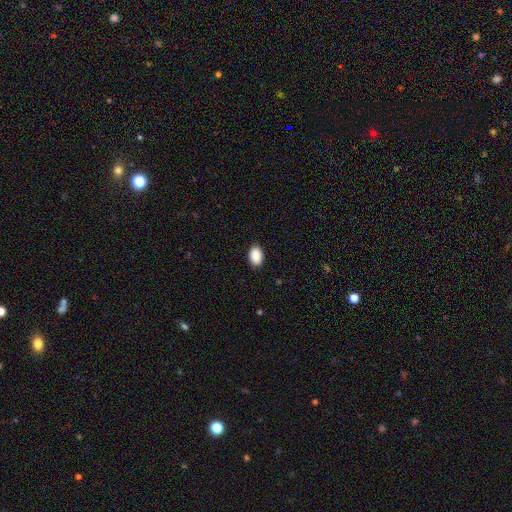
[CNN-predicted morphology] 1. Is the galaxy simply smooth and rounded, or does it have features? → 91% smooth, 7% star or artifact, 3% featured or disk.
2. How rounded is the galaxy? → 91% in between, 8% round, 1% cigar-shaped.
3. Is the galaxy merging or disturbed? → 89% none, 8% minor disturbance, 2% major disturbance, 1% merger.